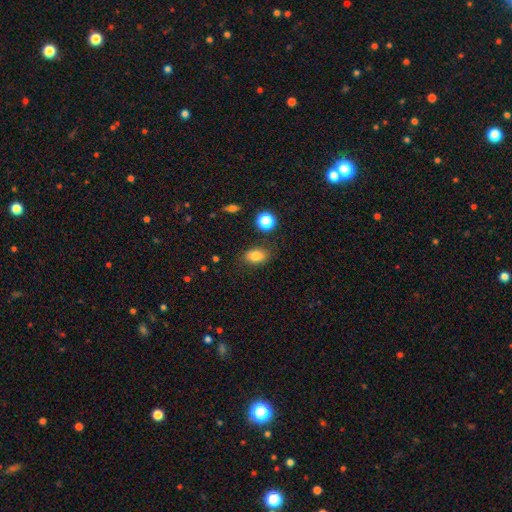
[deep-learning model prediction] A smooth galaxy with no disk features (80%) that is in between round and cigar-shaped (80%). Merging: none (81%).